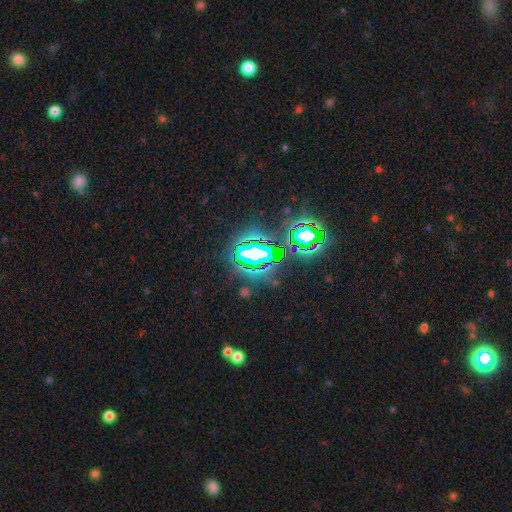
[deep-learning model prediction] star or artifact 72%, smooth 14%, featured or disk 14%.